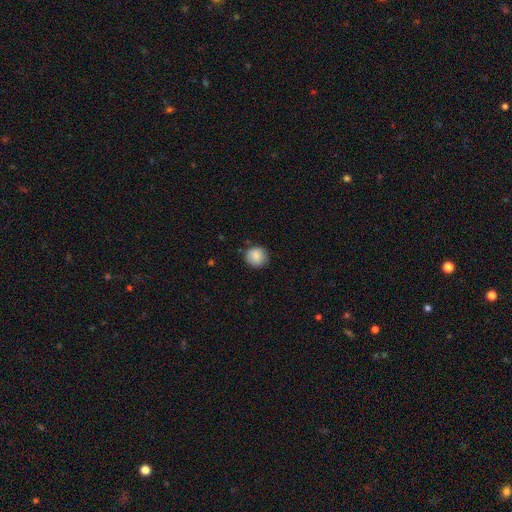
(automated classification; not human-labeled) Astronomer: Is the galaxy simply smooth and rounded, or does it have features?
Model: smooth — 87%.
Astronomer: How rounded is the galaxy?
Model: round — 91%.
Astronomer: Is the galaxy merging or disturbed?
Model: none — 84%.